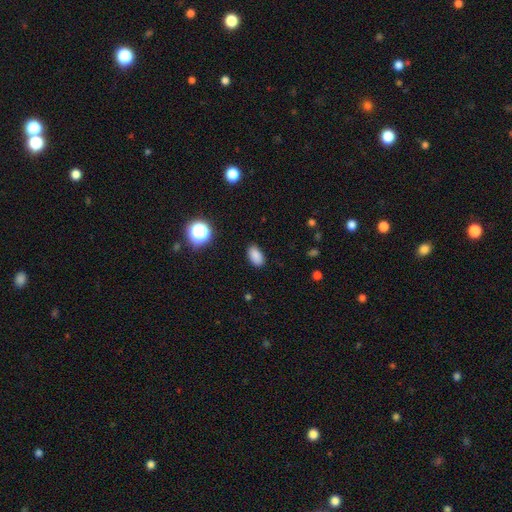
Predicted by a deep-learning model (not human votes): This is clearly a smooth galaxy (85%). How rounded: clearly in between (91%). Merging: clearly none (87%).